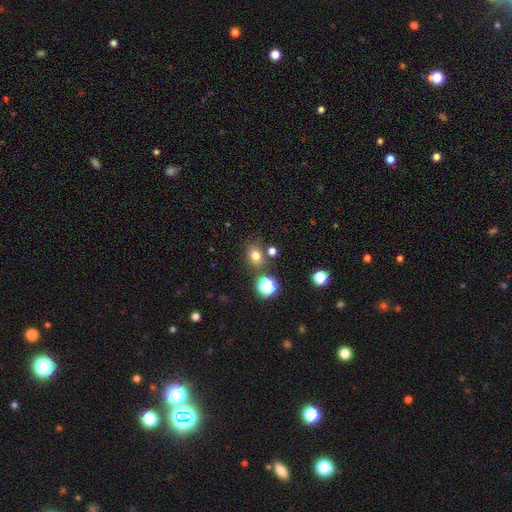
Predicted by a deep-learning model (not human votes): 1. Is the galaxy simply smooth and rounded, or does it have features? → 76% smooth, 17% star or artifact, 7% featured or disk.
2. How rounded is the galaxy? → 62% round, 37% in between, 1% cigar-shaped.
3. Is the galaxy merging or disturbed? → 75% none, 12% minor disturbance, 9% merger, 4% major disturbance.